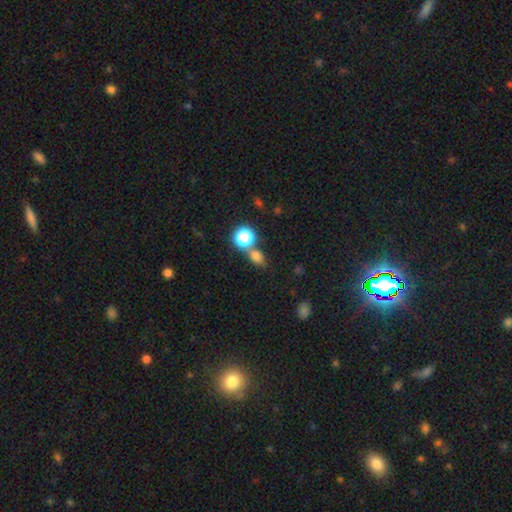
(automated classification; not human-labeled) This is likely a smooth galaxy (69%). How rounded: possibly in between (49%, tied with round). Merging: likely none (60%).